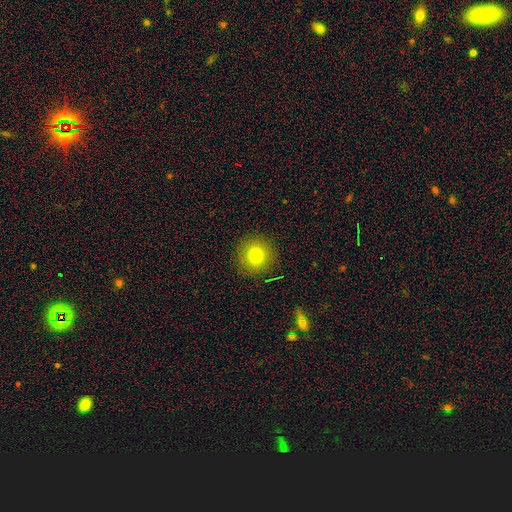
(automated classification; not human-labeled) smooth 77%, star or artifact 12%, featured or disk 10%. Down the decision tree: how rounded — round (94%); merging — none (90%).